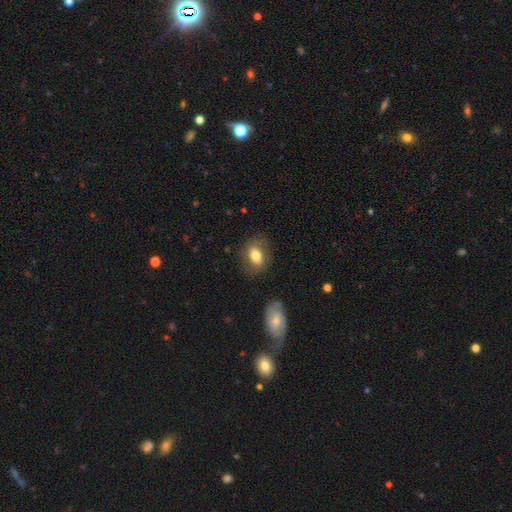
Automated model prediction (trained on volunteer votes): smooth-or-featured: smooth: 75% | featured or disk: 17% | star or artifact: 8%
  how-rounded: in between: 74% | round: 24% | cigar-shaped: 2%
  merging: none: 78% | minor disturbance: 14% | major disturbance: 5% | merger: 2%